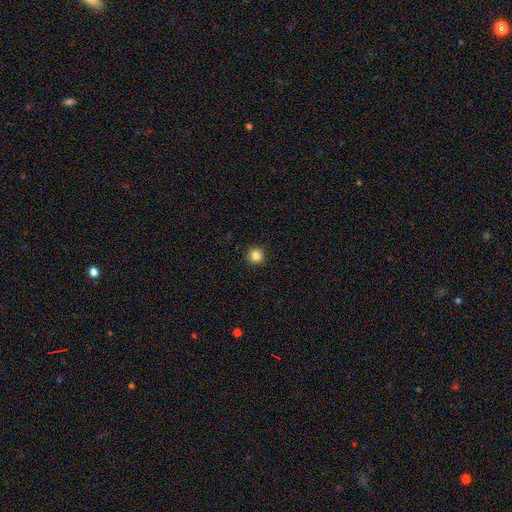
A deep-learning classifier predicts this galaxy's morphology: Overall: smooth (85%). How rounded: round (96%). Merging: none (93%).